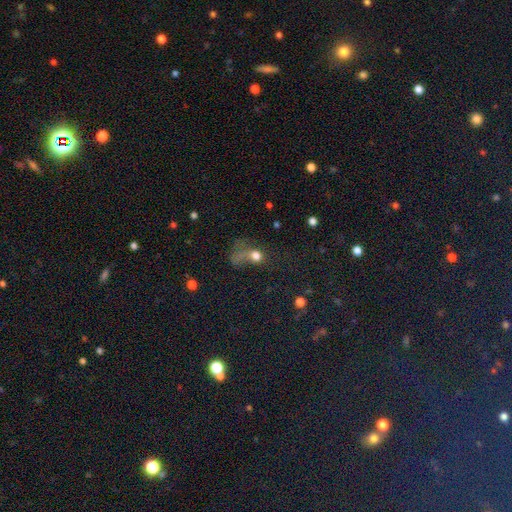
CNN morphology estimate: Overall: smooth (62%). How rounded: round (58%; in between 39%). Merging: major disturbance (52%; none 22%).